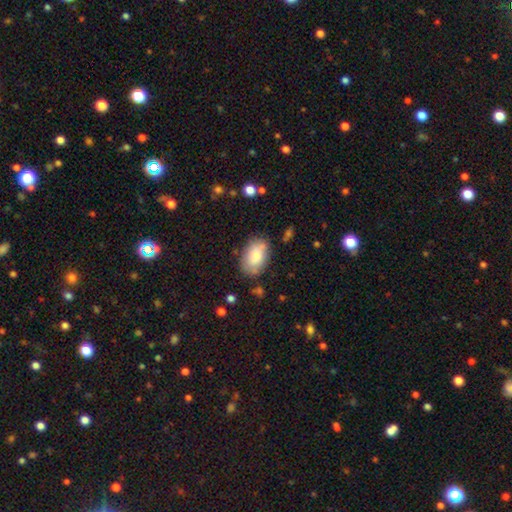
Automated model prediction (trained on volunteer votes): This appears to be a smooth galaxy with no disk features (80%) that is in between round and cigar-shaped (91%). Merging: none (76%).